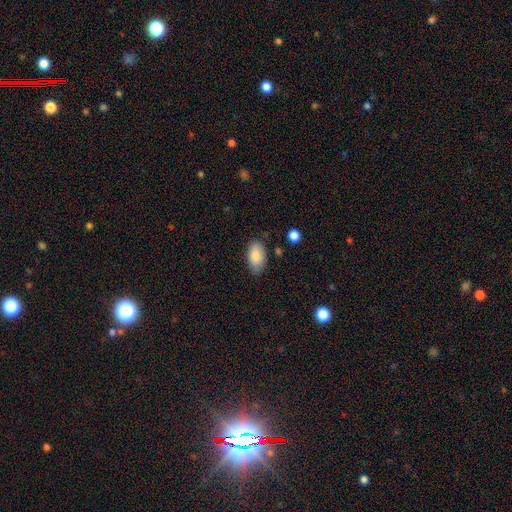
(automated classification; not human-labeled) Overall: smooth (87%). How rounded: in between (94%). Merging: none (76%).